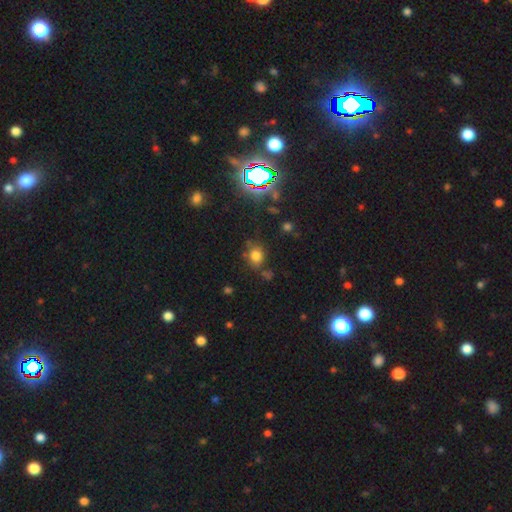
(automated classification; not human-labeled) The model was most divided on "how rounded": round: 63%, in between: 36%, cigar-shaped: 1%. More confident: smooth or featured — smooth (72%); merging — none (70%).